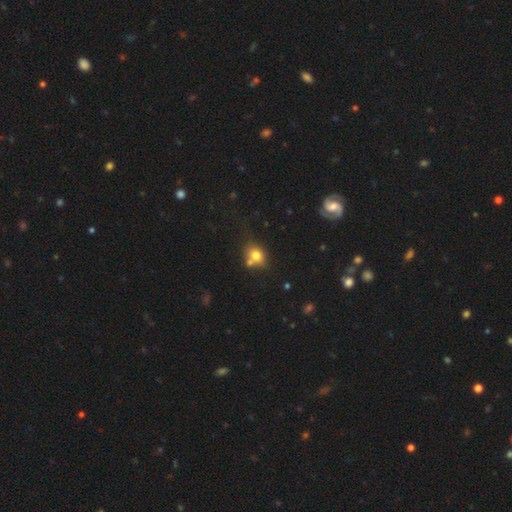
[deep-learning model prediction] Morphology: type=smooth (76%); roundness=round (53%); merging=none (53%).